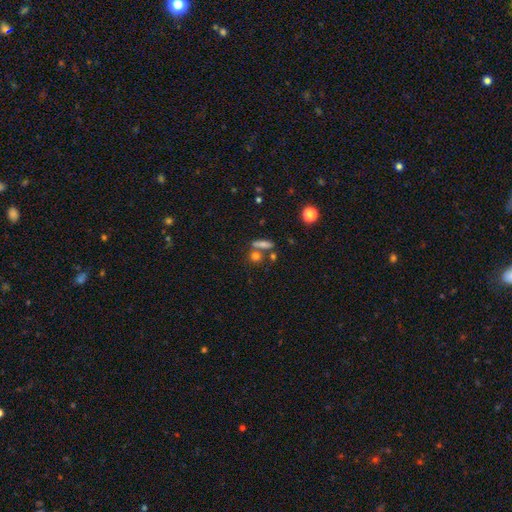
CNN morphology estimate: smooth_or_featured: smooth (p=0.49) [alt: star or artifact p=0.30]
merging: none (p=0.51) [alt: merger p=0.32]